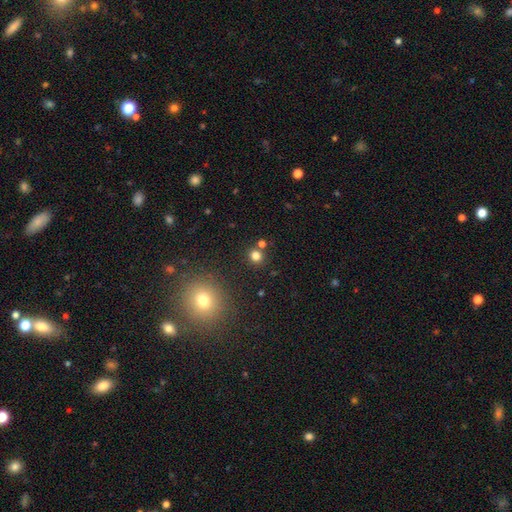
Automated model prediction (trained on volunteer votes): Smooth or featured: smooth — 78% (star or artifact — 17%)
How rounded: round — 89% (in between — 10%)
Merging: none — 80% (merger — 11%)